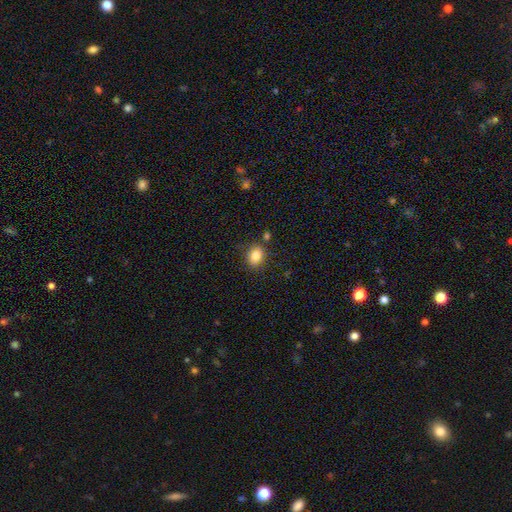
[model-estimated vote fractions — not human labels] Smooth or featured: smooth — 84% (star or artifact — 10%)
How rounded: round — 53% (in between — 46%)
Merging: none — 78% (minor disturbance — 13%)